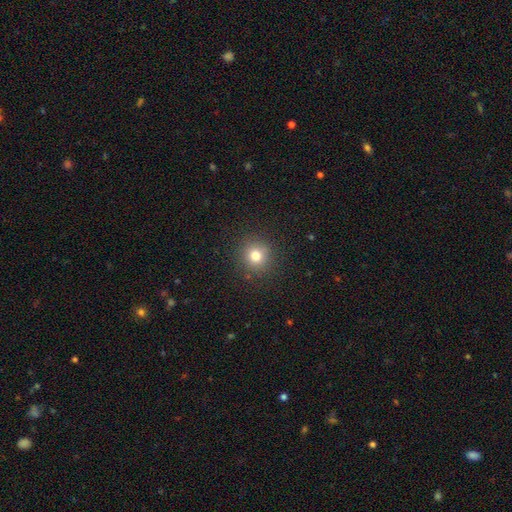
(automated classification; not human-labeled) This appears to be a smooth galaxy with no disk features (78%) that is round (93%). Merging: none (90%).